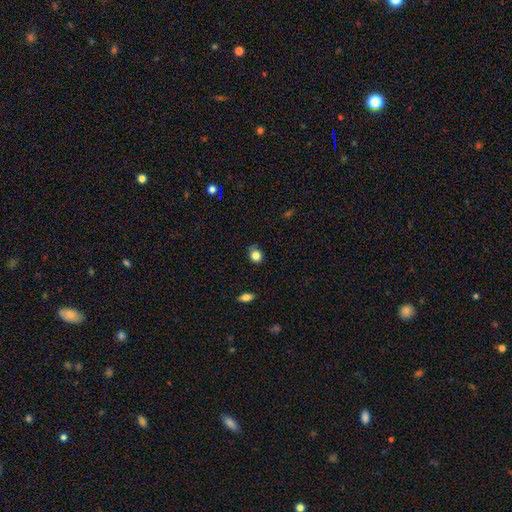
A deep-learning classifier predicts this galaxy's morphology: smooth_or_featured: smooth (p=0.83) [alt: star or artifact p=0.11]
how_rounded: round (p=0.76) [alt: in between p=0.22]
merging: none (p=0.71) [alt: minor disturbance p=0.23]